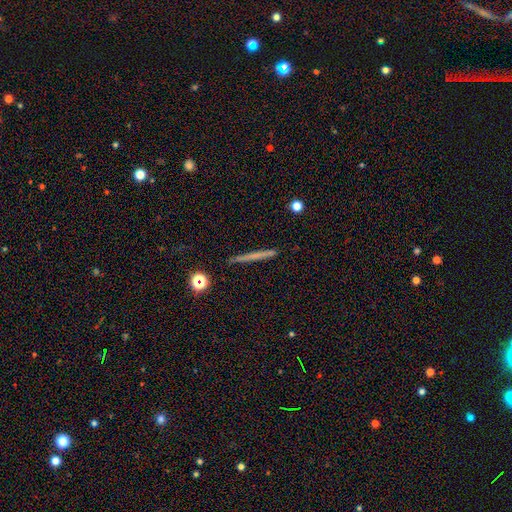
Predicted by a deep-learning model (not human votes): Smooth or featured: smooth — 55% (featured or disk — 37%)
How rounded: cigar-shaped — 95% (round — 2%)
Merging: none — 90% (minor disturbance — 7%)